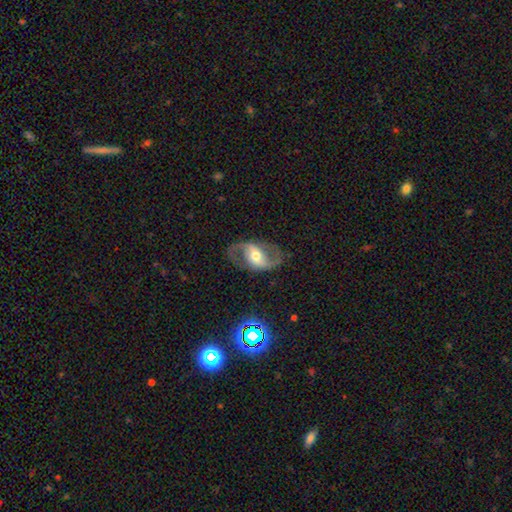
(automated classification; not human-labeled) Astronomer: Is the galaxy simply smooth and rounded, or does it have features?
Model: featured or disk — 86%.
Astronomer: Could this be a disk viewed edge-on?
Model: no — 96%.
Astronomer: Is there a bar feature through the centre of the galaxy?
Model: weak — 40% (runner-up: strong, 32%).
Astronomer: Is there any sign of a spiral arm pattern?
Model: yes — 93%.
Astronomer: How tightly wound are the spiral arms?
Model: medium — 47% (runner-up: loose, 42%).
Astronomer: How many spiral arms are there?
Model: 2 — 92%.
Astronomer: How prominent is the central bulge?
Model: moderate — 64%.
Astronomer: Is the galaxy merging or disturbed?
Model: none — 81%.